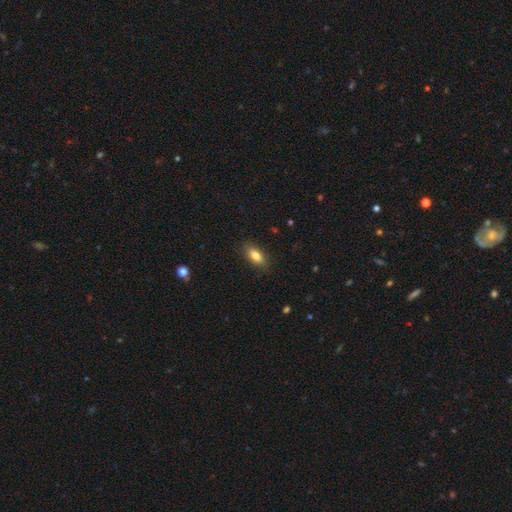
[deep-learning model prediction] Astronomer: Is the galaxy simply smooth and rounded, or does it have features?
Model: smooth — 82%.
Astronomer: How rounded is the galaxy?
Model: in between — 84%.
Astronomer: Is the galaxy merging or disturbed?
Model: none — 87%.